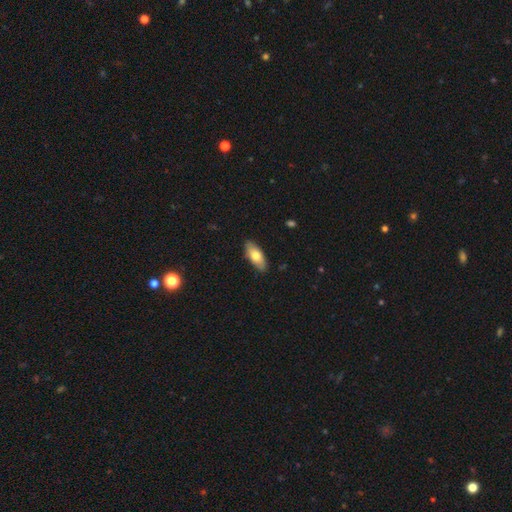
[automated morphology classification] Smooth or featured? Predicted: smooth (p=0.71). How rounded? Predicted: in between (p=0.83). Merging? Predicted: none (p=0.88).